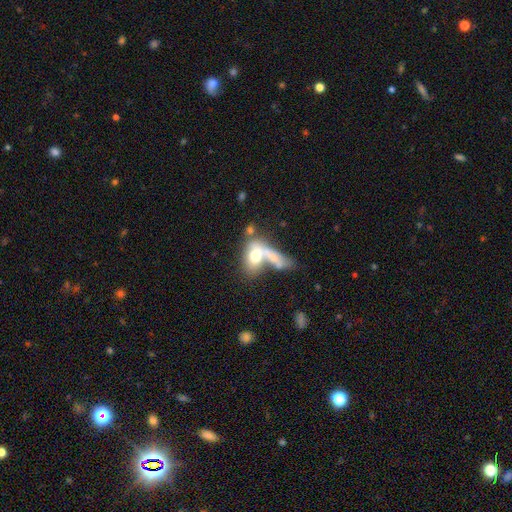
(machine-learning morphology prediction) smooth 66%, featured or disk 26%, star or artifact 8%. Down the decision tree: how rounded — in between (73%); merging — merger (54%).